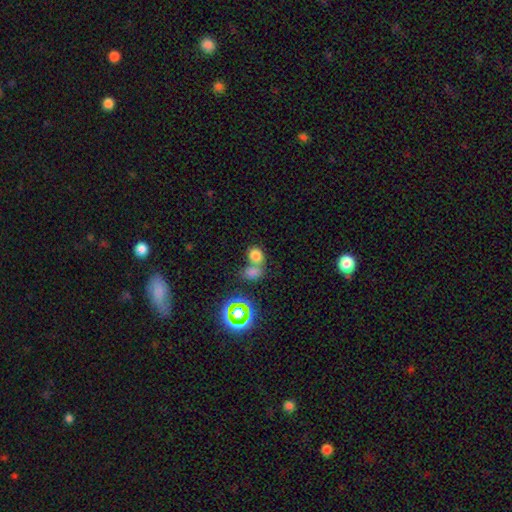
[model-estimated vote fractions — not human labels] A smooth galaxy with no disk features (74%) that is round (53%).

Vote fractions:
- Smooth or featured? smooth: 74% / star or artifact: 17% / featured or disk: 9%
- How rounded? round: 53% / in between: 45% / cigar-shaped: 1%
- Merging? merger: 55% / none: 33% / minor disturbance: 8% / major disturbance: 4%